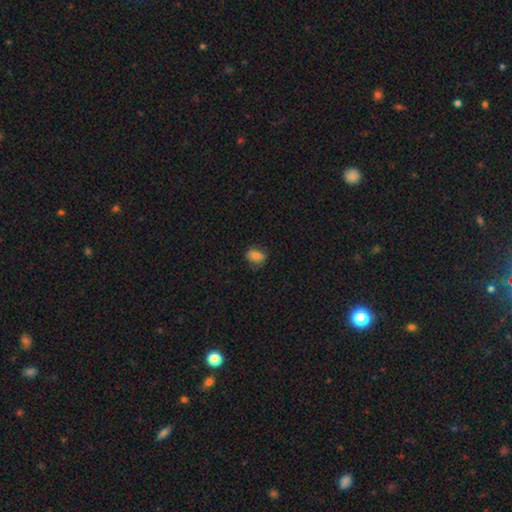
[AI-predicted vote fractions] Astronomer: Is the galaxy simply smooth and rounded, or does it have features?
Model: smooth — 80%.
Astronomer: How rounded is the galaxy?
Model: in between — 65%.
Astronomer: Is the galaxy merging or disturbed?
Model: none — 73%.